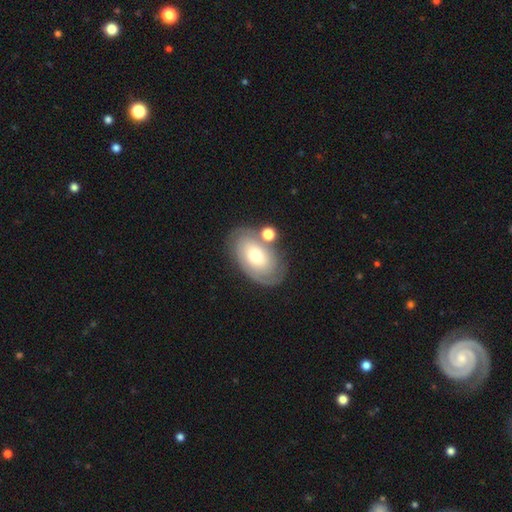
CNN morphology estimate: The model was most divided on "smooth or featured": featured or disk: 62%, smooth: 31%, star or artifact: 7%. More confident: edge-on disk — no (94%); spiral arms — yes (81%); bar — no (78%); merging — none (65%); bulge size — moderate (61%).